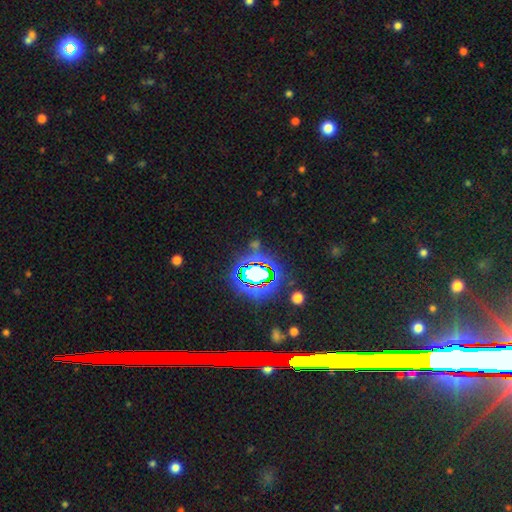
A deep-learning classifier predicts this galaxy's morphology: Smooth or featured? Predicted: star or artifact (p=0.80).